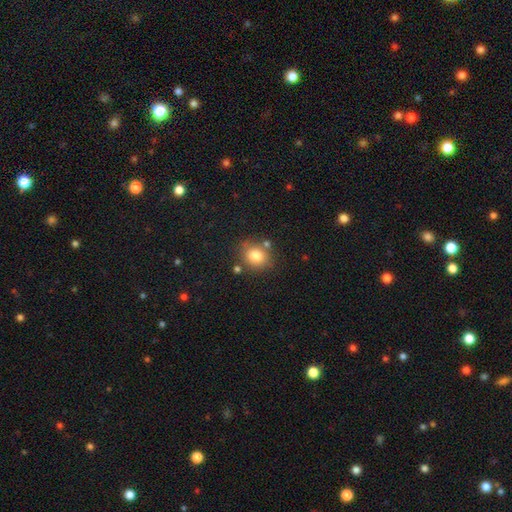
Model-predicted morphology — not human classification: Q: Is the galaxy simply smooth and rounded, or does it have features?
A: smooth — 82%.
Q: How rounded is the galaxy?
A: round — 66%.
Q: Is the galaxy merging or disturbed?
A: none — 74%.